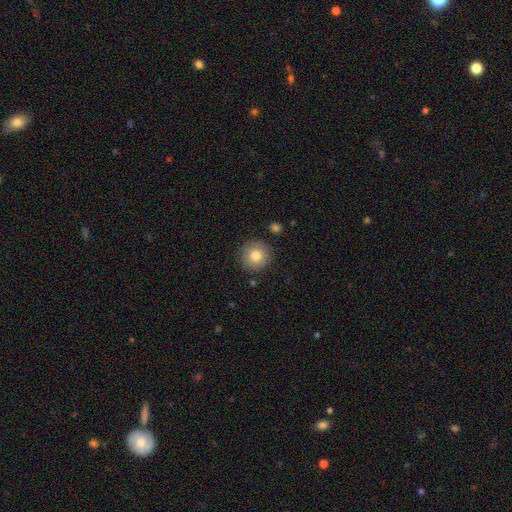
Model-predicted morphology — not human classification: Smooth or featured?
  - smooth: 81% *
  - featured or disk: 11%
  - star or artifact: 9%
How rounded?
  - round: 95% *
  - in between: 4%
  - cigar-shaped: 1%
Merging?
  - none: 88% *
  - minor disturbance: 8%
  - major disturbance: 2%
  - merger: 2%